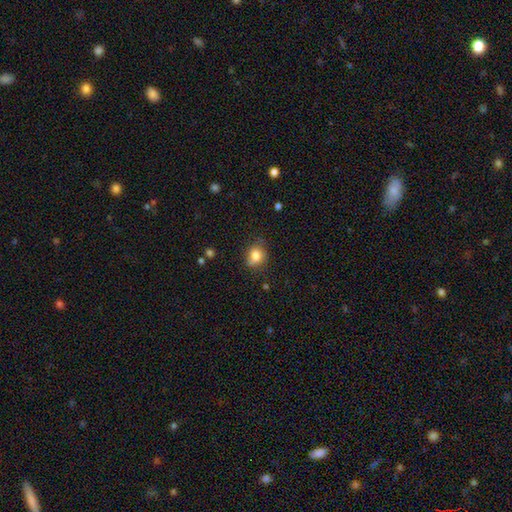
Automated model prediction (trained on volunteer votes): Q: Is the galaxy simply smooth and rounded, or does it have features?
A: smooth — 82%.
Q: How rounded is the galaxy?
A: round — 58%.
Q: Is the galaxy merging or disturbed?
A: none — 65%.